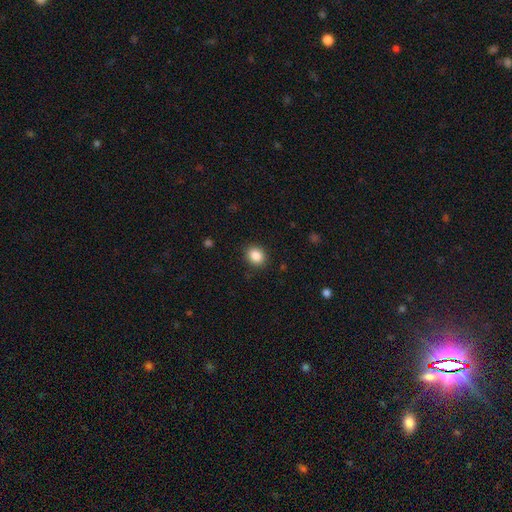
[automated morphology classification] Smooth or featured?
  - smooth: 87% *
  - star or artifact: 9%
  - featured or disk: 4%
How rounded?
  - round: 56% *
  - in between: 43%
  - cigar-shaped: 1%
Merging?
  - none: 88% *
  - minor disturbance: 9%
  - major disturbance: 3%
  - merger: 1%